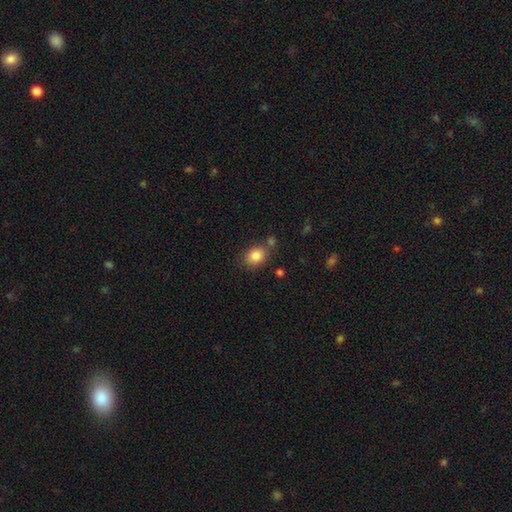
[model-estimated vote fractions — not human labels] This is clearly a smooth galaxy (85%). How rounded: possibly in between (54%). Merging: likely none (72%).